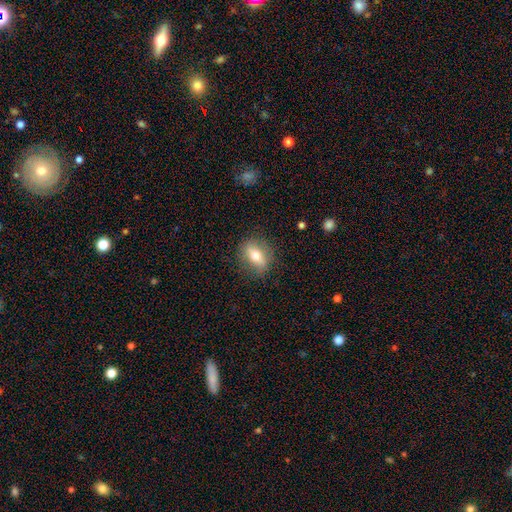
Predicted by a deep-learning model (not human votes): Morphology: type=smooth (59%); roundness=in between (63%); merging=none (82%).